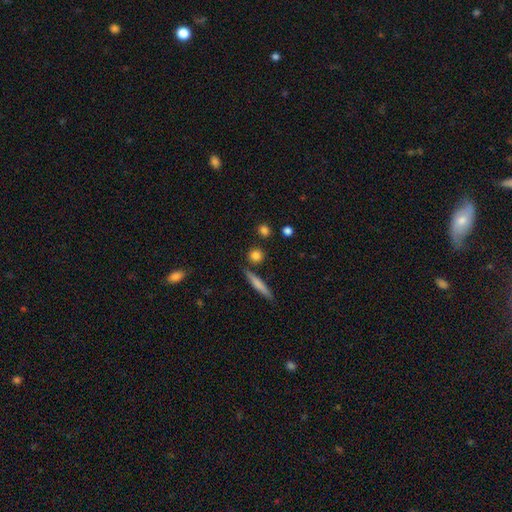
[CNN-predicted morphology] This is clearly a smooth galaxy (82%). How rounded: clearly round (81%). Merging: clearly none (82%).